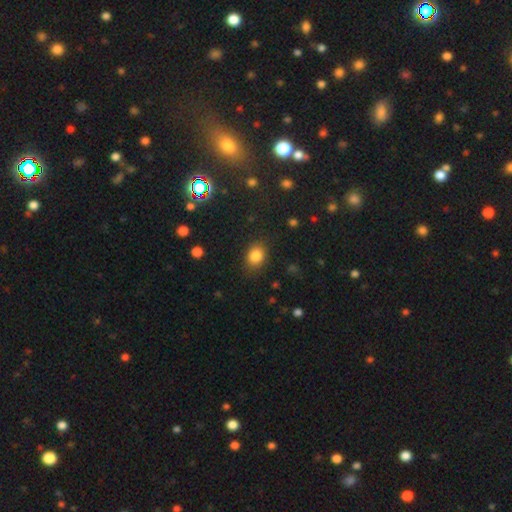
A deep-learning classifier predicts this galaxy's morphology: smooth_or_featured: smooth (p=0.83) [alt: star or artifact p=0.11]
how_rounded: round (p=0.50) [alt: in between p=0.49]
merging: none (p=0.84) [alt: minor disturbance p=0.11]